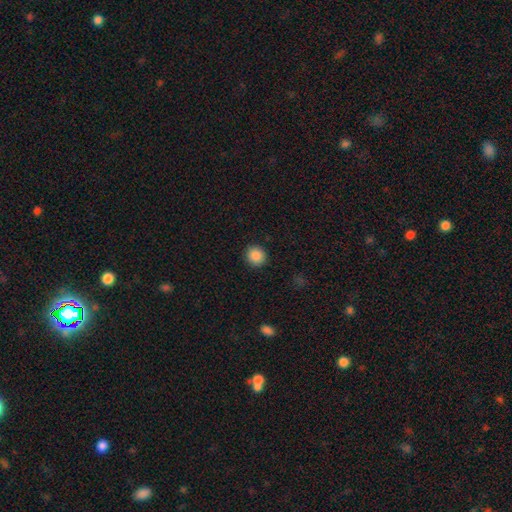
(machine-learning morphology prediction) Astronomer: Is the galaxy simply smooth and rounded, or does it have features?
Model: smooth — 88%.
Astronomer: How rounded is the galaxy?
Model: round — 93%.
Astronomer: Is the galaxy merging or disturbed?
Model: none — 92%.